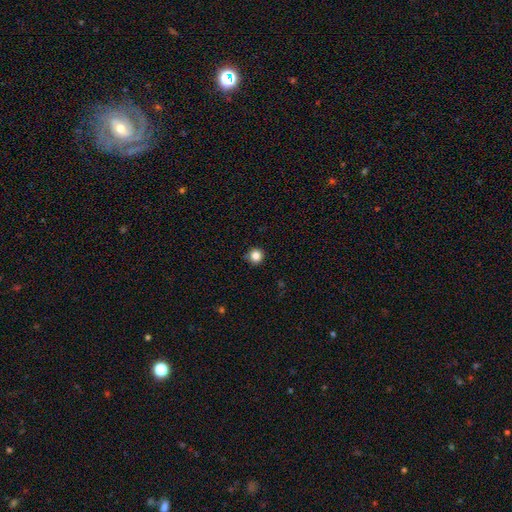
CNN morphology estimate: Smooth or featured?
  - smooth: 84% *
  - star or artifact: 12%
  - featured or disk: 4%
How rounded?
  - round: 94% *
  - in between: 5%
  - cigar-shaped: 1%
Merging?
  - none: 86% *
  - minor disturbance: 10%
  - major disturbance: 2%
  - merger: 1%